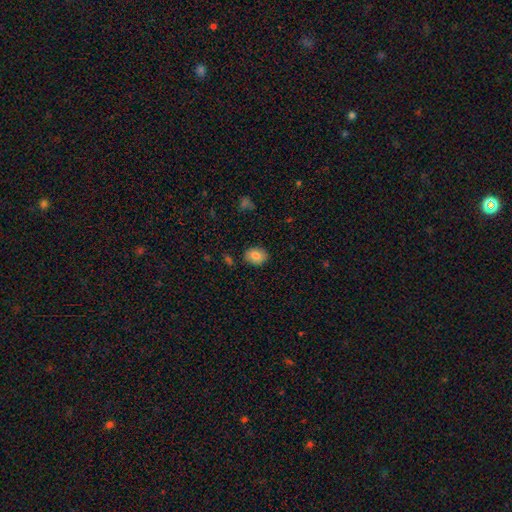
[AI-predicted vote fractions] This is clearly a smooth galaxy (82%). How rounded: possibly in between (59%). Merging: clearly none (86%).